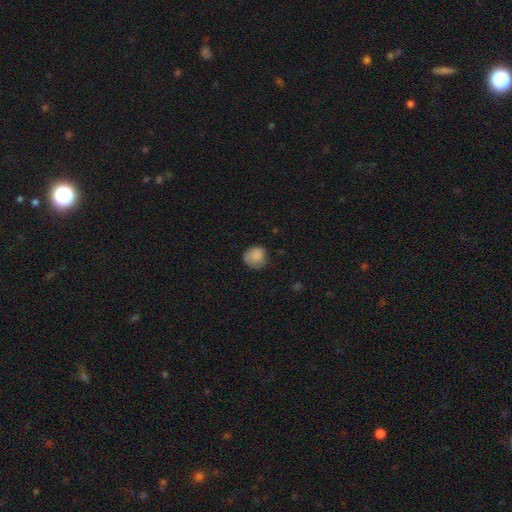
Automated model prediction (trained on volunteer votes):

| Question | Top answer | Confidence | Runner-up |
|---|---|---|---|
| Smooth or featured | smooth | 84% | featured or disk (8%) |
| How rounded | round | 82% | in between (17%) |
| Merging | none | 67% | minor disturbance (24%) |